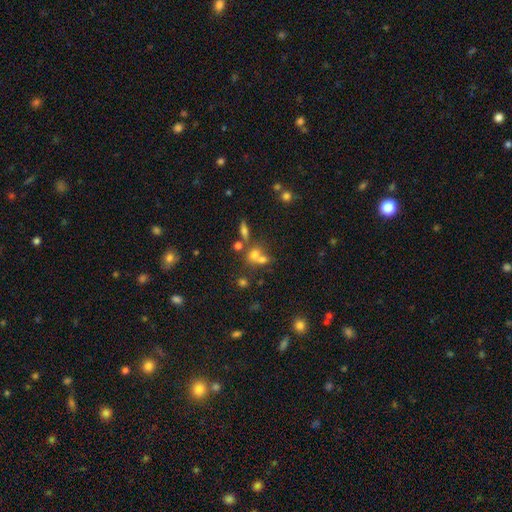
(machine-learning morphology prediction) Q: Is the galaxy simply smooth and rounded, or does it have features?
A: smooth — 61%.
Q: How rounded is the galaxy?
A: round — 59%.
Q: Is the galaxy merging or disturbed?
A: merger — 52%.